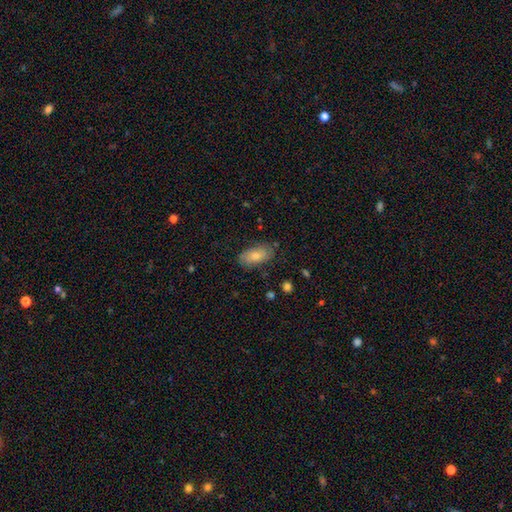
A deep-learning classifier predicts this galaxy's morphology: Overall: smooth (75%). How rounded: in between (91%). Merging: none (79%).